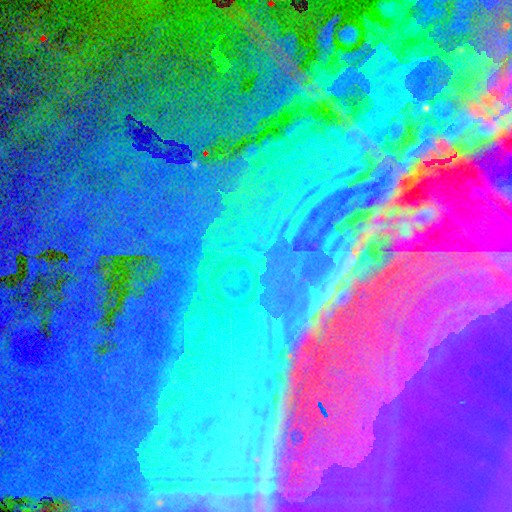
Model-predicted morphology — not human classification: star or artifact 87%, featured or disk 8%, smooth 6%.